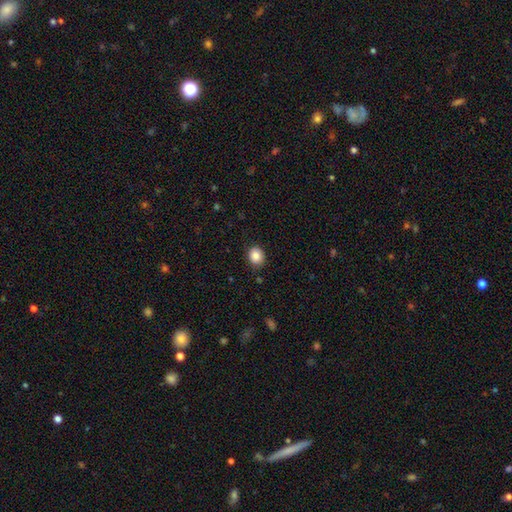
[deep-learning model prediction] This appears to be a smooth galaxy with no disk features (87%) that is round (65%). Merging: none (88%).